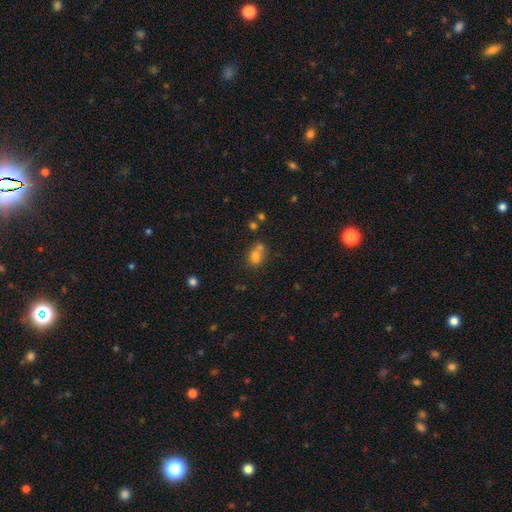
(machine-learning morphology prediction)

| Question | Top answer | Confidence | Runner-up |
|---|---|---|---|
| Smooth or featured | smooth | 70% | star or artifact (16%) |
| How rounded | in between | 53% | round (46%) |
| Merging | merger | 49% | none (34%) |